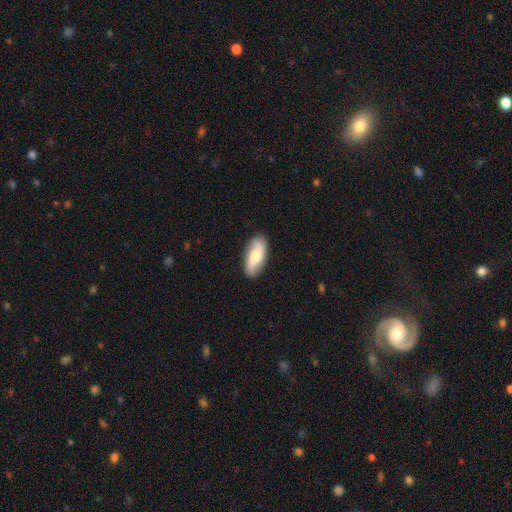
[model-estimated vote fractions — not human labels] smooth_or_featured: smooth (p=0.53) [alt: featured or disk p=0.41]
how_rounded: in between (p=0.84) [alt: cigar-shaped p=0.13]
merging: none (p=0.85) [alt: minor disturbance p=0.11]